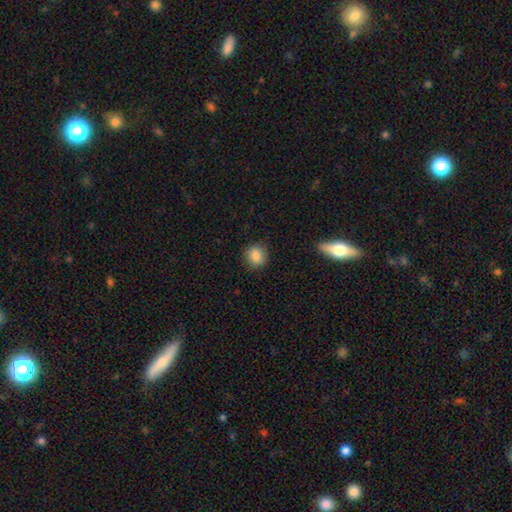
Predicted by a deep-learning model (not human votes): A smooth galaxy with no disk features (84%) that is round (83%).

Vote fractions:
- Smooth or featured? smooth: 84% / star or artifact: 9% / featured or disk: 6%
- How rounded? round: 83% / in between: 16% / cigar-shaped: 1%
- Merging? none: 85% / minor disturbance: 11% / major disturbance: 3% / merger: 1%